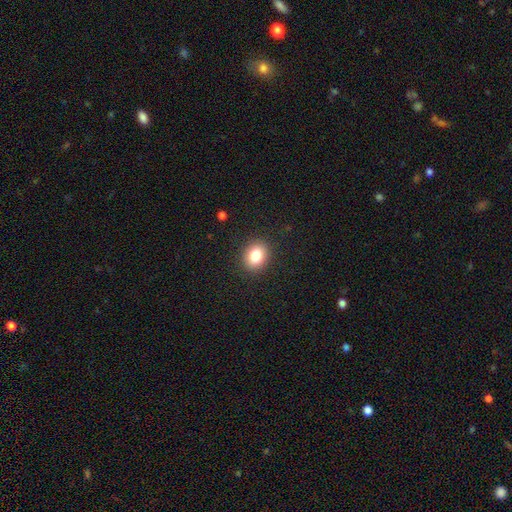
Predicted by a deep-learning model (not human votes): A smooth galaxy with no disk features (82%) that is round (52%). Merging: none (90%).